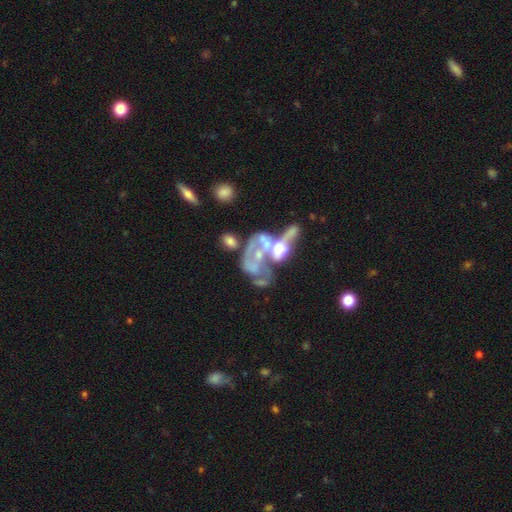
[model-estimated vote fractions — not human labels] Smooth or featured: featured or disk — 66% (smooth — 19%)
Edge-on disk: no — 95% (yes — 5%)
Bar: no — 85% (weak — 11%)
Spiral arms: no — 80% (yes — 20%)
Bulge size: moderate — 37% (none — 31%)
Merging: merger — 56% (major disturbance — 25%)